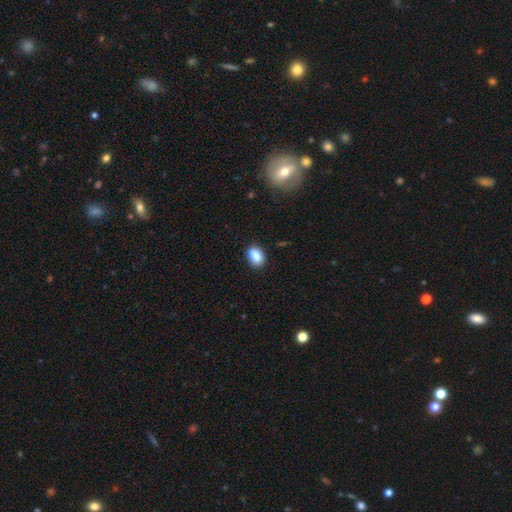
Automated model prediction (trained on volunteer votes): This is clearly a smooth galaxy (87%). How rounded: clearly in between (82%). Merging: clearly none (82%).